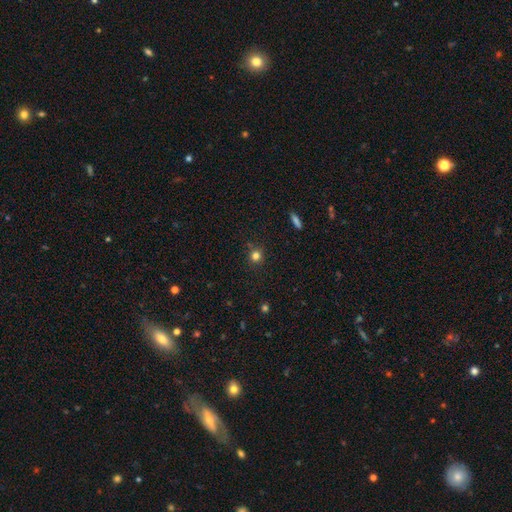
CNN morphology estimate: Smooth or featured: smooth — 79% (star or artifact — 15%)
How rounded: round — 91% (in between — 8%)
Merging: none — 83% (minor disturbance — 10%)